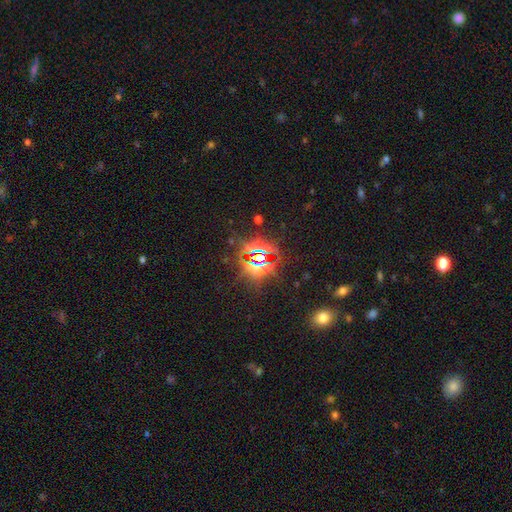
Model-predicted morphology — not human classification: This is clearly a star or artifact rather than a galaxy (82%).